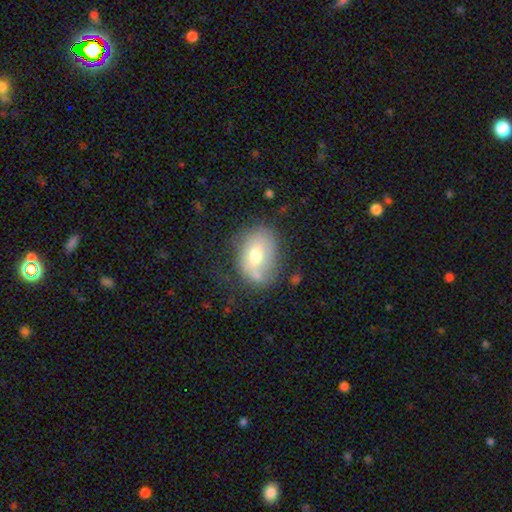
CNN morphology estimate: A smooth galaxy with no disk features (64%) that is in between round and cigar-shaped (73%).

Vote fractions:
- Smooth or featured? smooth: 64% / featured or disk: 27% / star or artifact: 9%
- How rounded? in between: 73% / round: 26% / cigar-shaped: 1%
- Merging? none: 56% / minor disturbance: 26% / merger: 10% / major disturbance: 9%